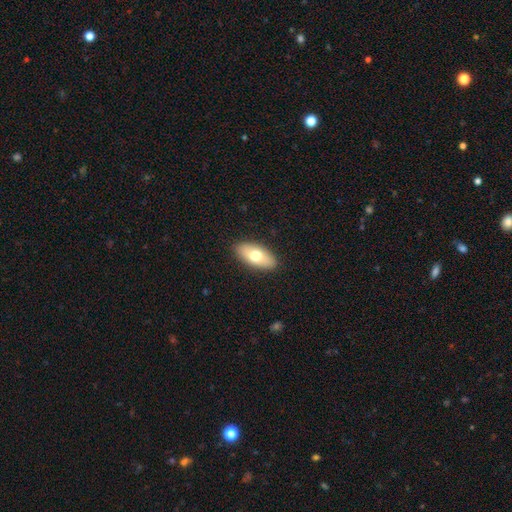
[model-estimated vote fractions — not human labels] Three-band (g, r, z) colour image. It shows a smooth galaxy with no disk features (69%) that is in between round and cigar-shaped (90%). Merging: none (89%).